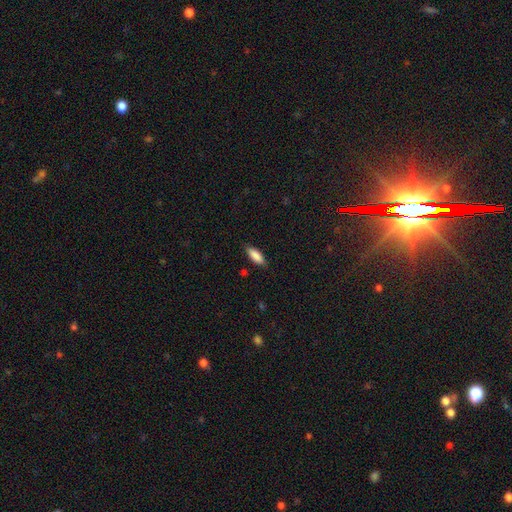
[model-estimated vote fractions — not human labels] This is clearly a smooth galaxy (87%). How rounded: likely in between (70%). Merging: clearly none (83%).